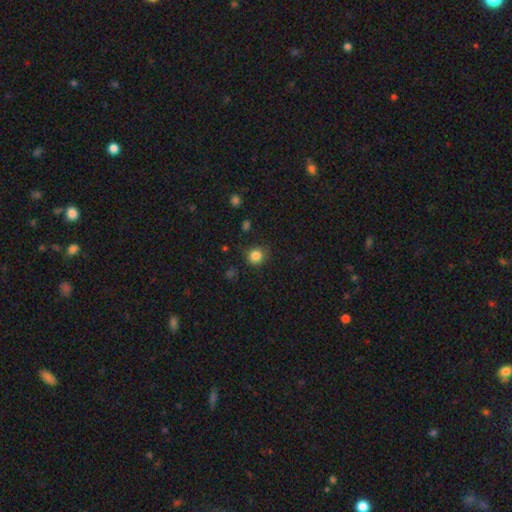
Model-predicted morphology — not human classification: Smooth or featured: smooth — 84% (star or artifact — 12%)
How rounded: round — 90% (in between — 9%)
Merging: none — 84% (minor disturbance — 12%)